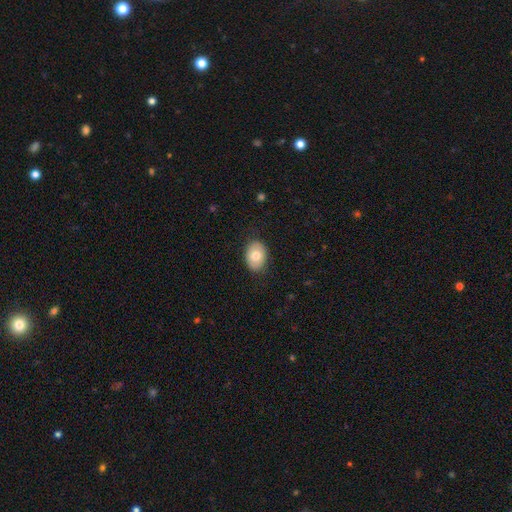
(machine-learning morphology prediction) smooth 77%, featured or disk 16%, star or artifact 7%. Down the decision tree: how rounded — in between (76%); merging — none (85%).